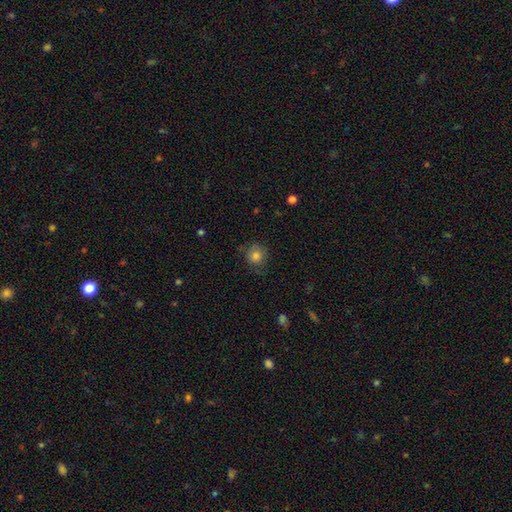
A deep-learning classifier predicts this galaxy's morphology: smooth_or_featured: smooth (p=0.79) [alt: star or artifact p=0.10]
how_rounded: round (p=0.89) [alt: in between p=0.10]
merging: none (p=0.71) [alt: minor disturbance p=0.20]